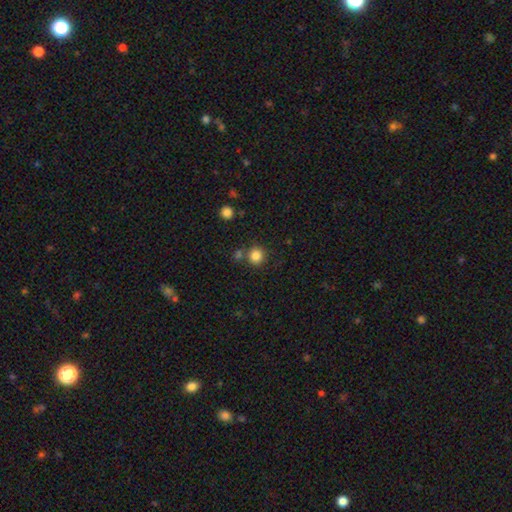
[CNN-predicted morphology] Smooth or featured?
  - smooth: 84% *
  - star or artifact: 12%
  - featured or disk: 4%
How rounded?
  - round: 92% *
  - in between: 7%
  - cigar-shaped: 1%
Merging?
  - none: 78% *
  - merger: 11%
  - minor disturbance: 8%
  - major disturbance: 3%